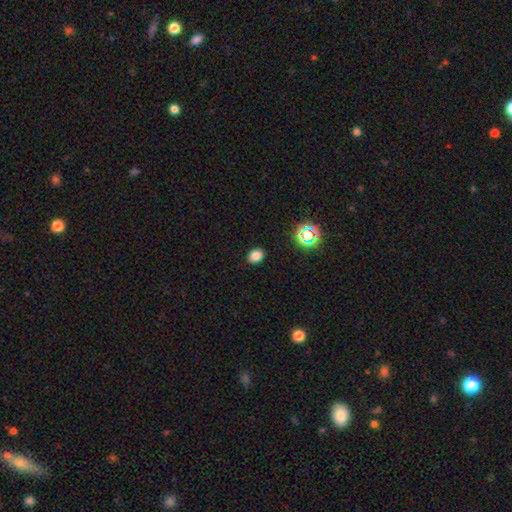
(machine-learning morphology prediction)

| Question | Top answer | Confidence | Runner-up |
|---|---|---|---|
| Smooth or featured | smooth | 81% | star or artifact (14%) |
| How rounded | in between | 65% | round (34%) |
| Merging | none | 89% | minor disturbance (8%) |